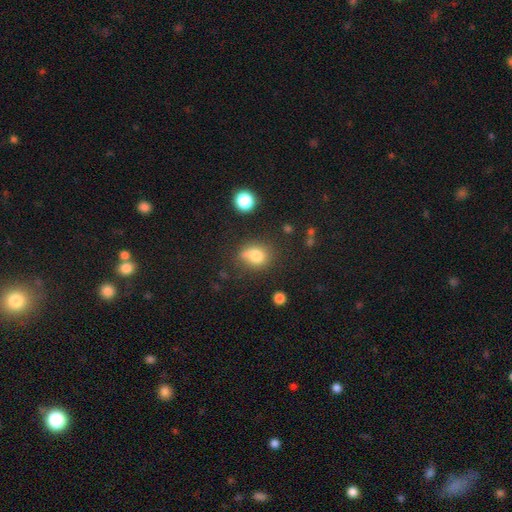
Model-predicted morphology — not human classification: The model was most divided on "how rounded": round: 59%, in between: 40%, cigar-shaped: 1%. More confident: smooth or featured — smooth (76%); merging — none (54%).